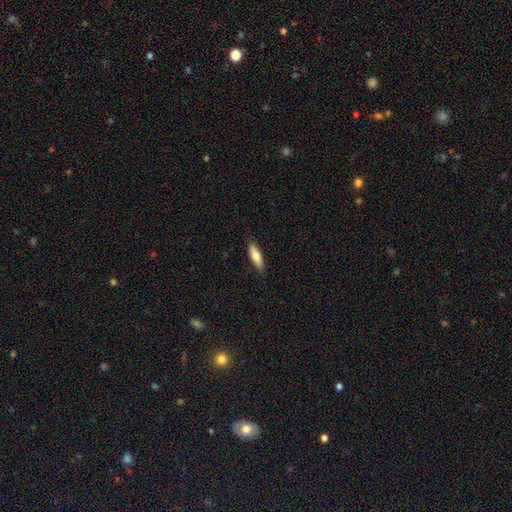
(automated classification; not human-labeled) This is likely a smooth galaxy (75%). How rounded: likely cigar-shaped (60%). Merging: clearly none (86%).